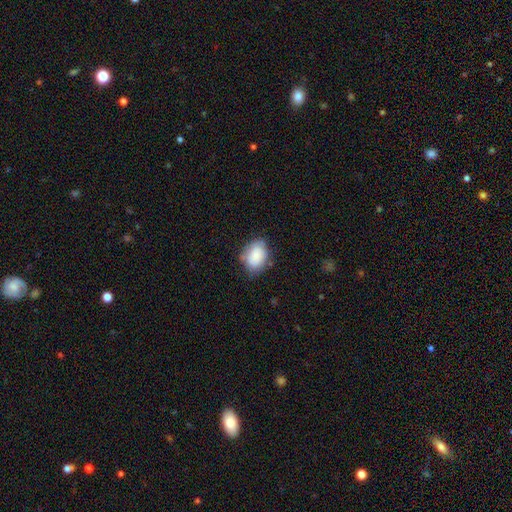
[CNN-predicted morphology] A smooth galaxy with no disk features (81%) that is in between round and cigar-shaped (77%). Merging: none (66%).